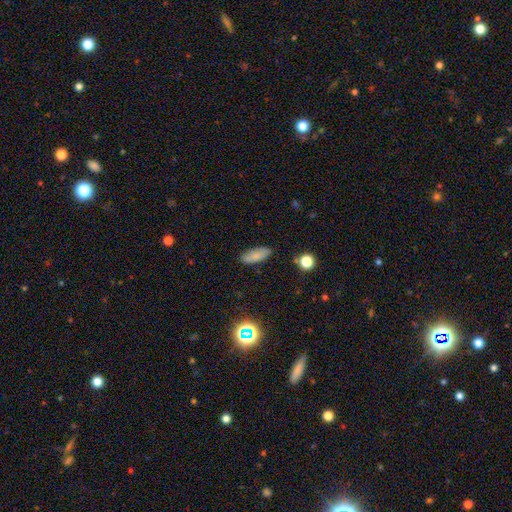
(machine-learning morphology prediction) type=smooth (78%); roundness=in between (75%); merging=none (82%).